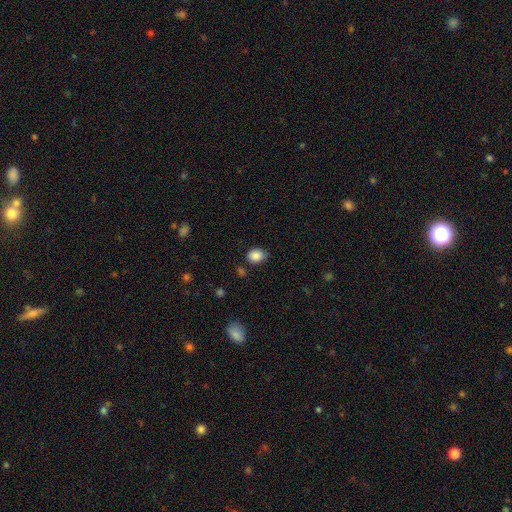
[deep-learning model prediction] Smooth or featured? smooth (87%)
How rounded? in between (63%)
Merging? none (68%)